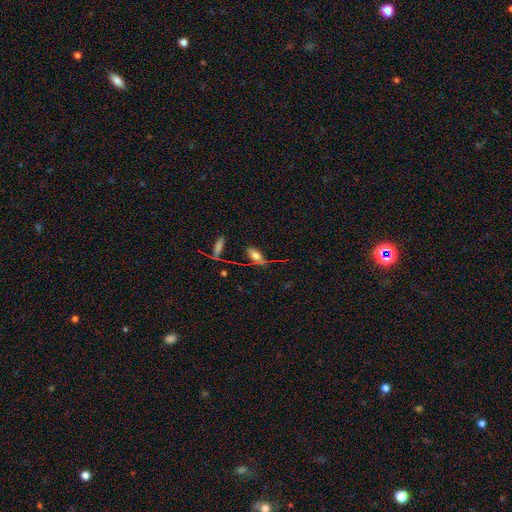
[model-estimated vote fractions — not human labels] smooth 72%, featured or disk 18%, star or artifact 10%. Down the decision tree: how rounded — in between (85%); merging — none (60%).